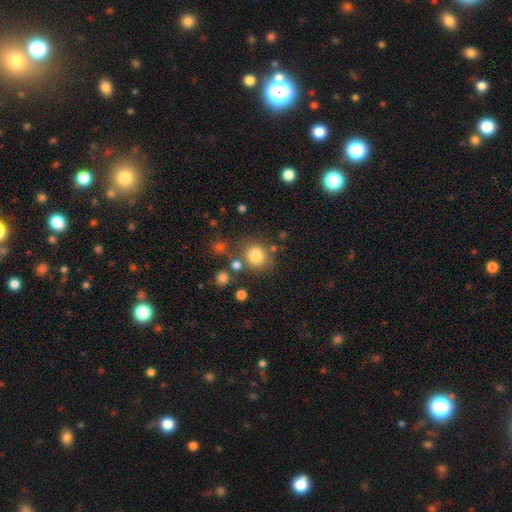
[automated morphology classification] A smooth galaxy with no disk features (80%) that is round (80%). Merging: none (72%).